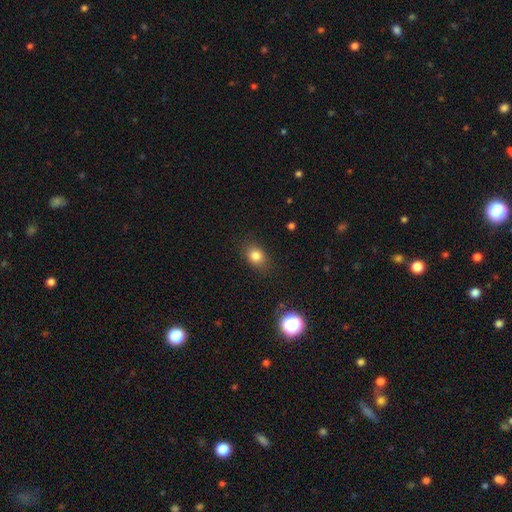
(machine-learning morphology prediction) Q: Smooth or featured?
A: smooth (81%); runner-up: star or artifact (12%)
Q: How rounded?
A: in between (58%); runner-up: round (41%)
Q: Merging?
A: none (82%); runner-up: minor disturbance (13%)